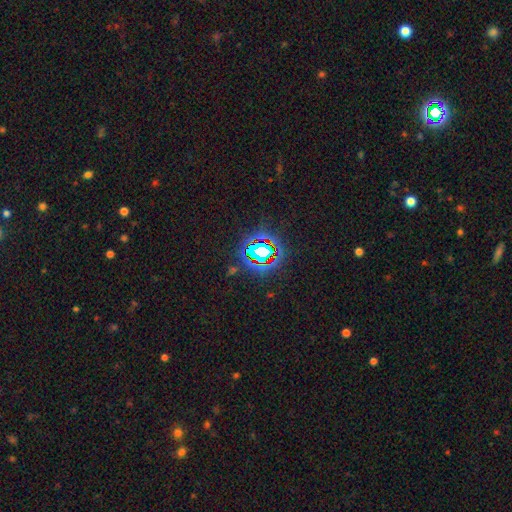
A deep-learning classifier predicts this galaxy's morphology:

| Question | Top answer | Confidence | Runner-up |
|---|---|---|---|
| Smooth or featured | star or artifact | 82% | smooth (10%) |